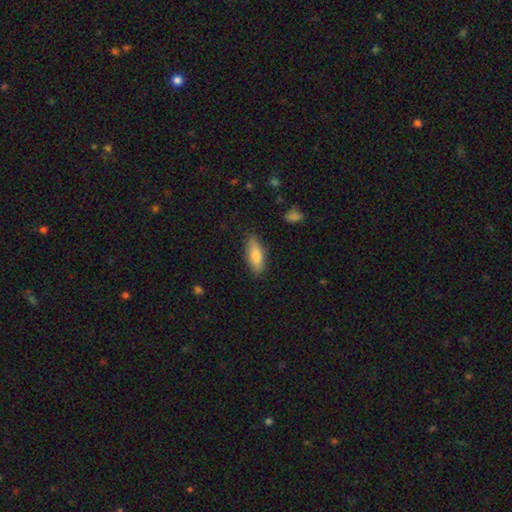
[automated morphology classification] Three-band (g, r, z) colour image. It shows a smooth galaxy with no disk features (74%) that is in between round and cigar-shaped (61%). Merging: none (84%).